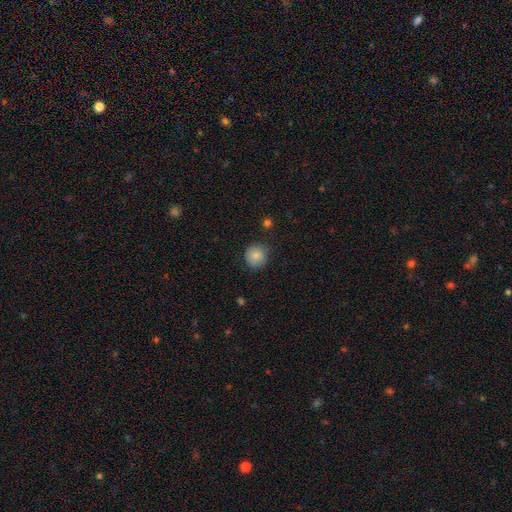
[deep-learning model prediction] Q: Smooth or featured?
A: smooth (85%); runner-up: star or artifact (9%)
Q: How rounded?
A: round (90%); runner-up: in between (9%)
Q: Merging?
A: none (81%); runner-up: minor disturbance (14%)